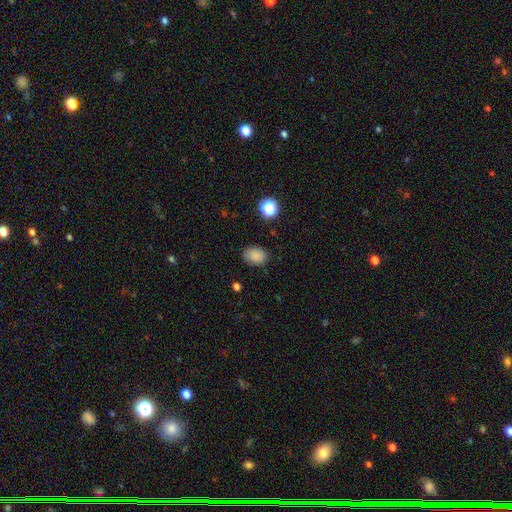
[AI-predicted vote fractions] Overall: smooth (85%). How rounded: in between (71%). Merging: none (84%).